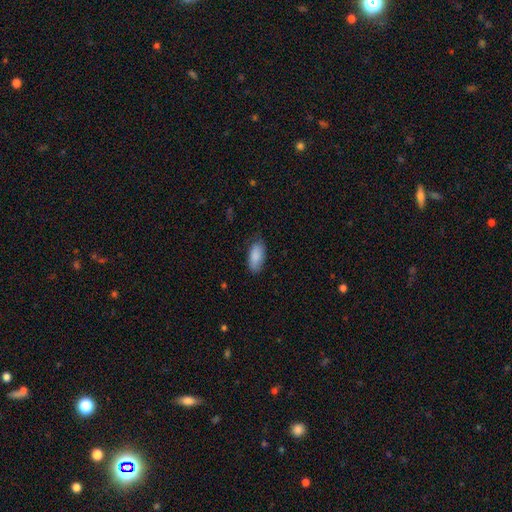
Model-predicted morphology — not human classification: Q: Smooth or featured?
A: smooth (88%); runner-up: star or artifact (6%)
Q: How rounded?
A: in between (88%); runner-up: cigar-shaped (10%)
Q: Merging?
A: none (78%); runner-up: minor disturbance (17%)